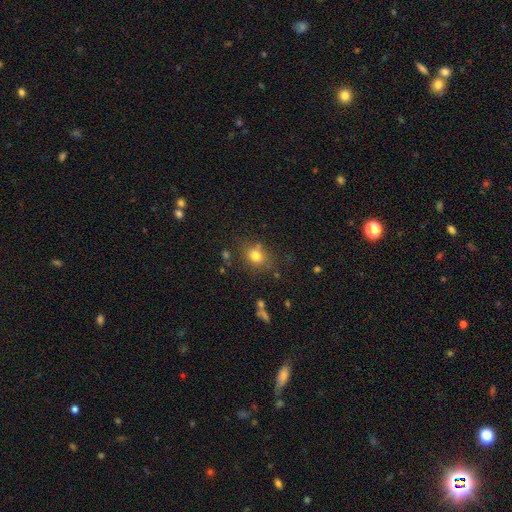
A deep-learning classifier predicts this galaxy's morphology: smooth-or-featured: smooth: 77% | star or artifact: 14% | featured or disk: 9%
  how-rounded: round: 63% | in between: 36% | cigar-shaped: 1%
  merging: none: 73% | minor disturbance: 15% | merger: 7% | major disturbance: 5%